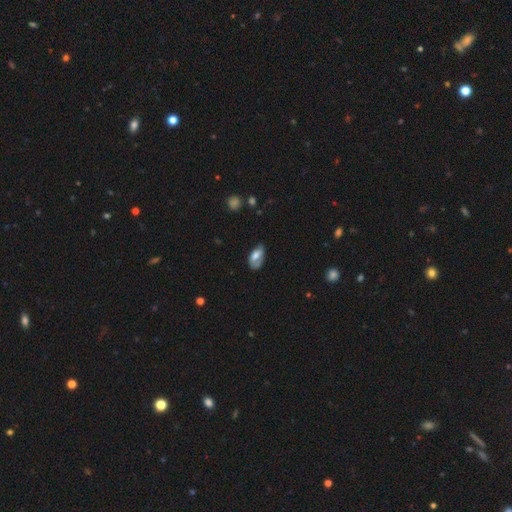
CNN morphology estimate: Overall: smooth (62%; featured or disk 30%). How rounded: in between (92%). Merging: none (47%; minor disturbance 35%).